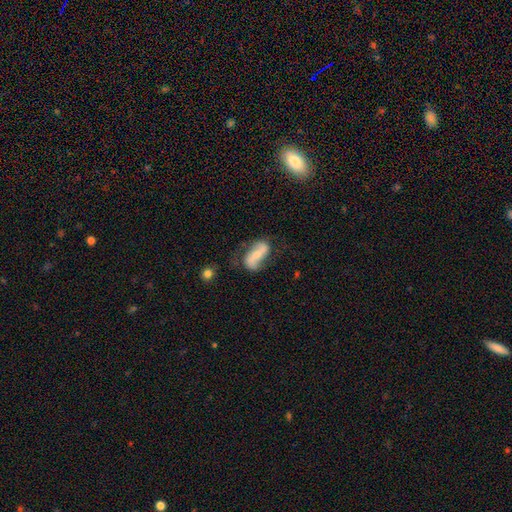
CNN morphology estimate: Q: Smooth or featured?
A: featured or disk (62%); runner-up: smooth (31%)
Q: Edge-on disk?
A: no (91%); runner-up: yes (9%)
Q: Bar?
A: strong (41%); runner-up: no (31%)
Q: Spiral arms?
A: yes (82%); runner-up: no (18%)
Q: Bulge size?
A: small (46%); runner-up: moderate (44%)
Q: Merging?
A: none (55%); runner-up: minor disturbance (26%)